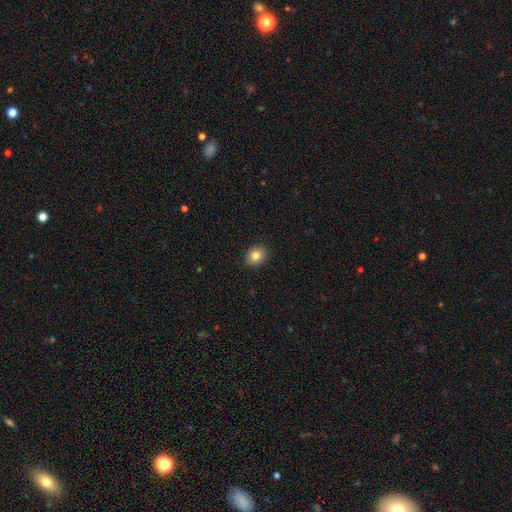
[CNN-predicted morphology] A smooth galaxy with no disk features (82%) that is round (63%).

Vote fractions:
- Smooth or featured? smooth: 82% / star or artifact: 10% / featured or disk: 8%
- How rounded? round: 63% / in between: 37% / cigar-shaped: 1%
- Merging? none: 91% / minor disturbance: 6% / major disturbance: 2% / merger: 1%